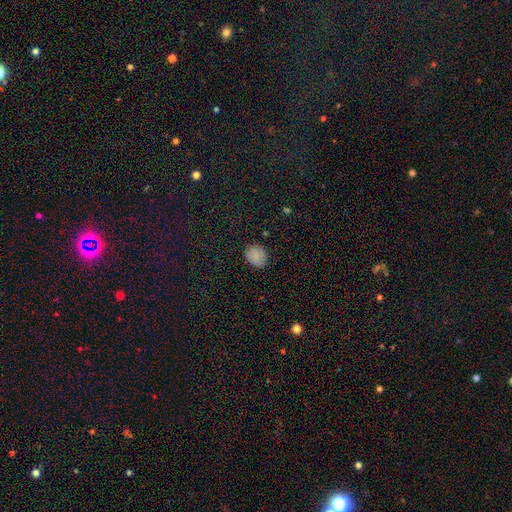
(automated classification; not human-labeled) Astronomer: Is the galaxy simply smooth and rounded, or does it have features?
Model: smooth — 83%.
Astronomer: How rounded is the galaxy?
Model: round — 52% (runner-up: in between, 47%).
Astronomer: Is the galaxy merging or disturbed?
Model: none — 80%.